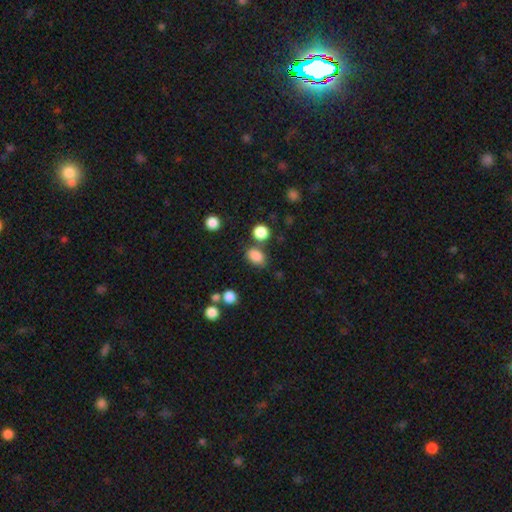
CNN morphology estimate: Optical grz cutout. It shows a smooth galaxy with no disk features (85%) that is in between round and cigar-shaped (72%). Merging: none (69%).